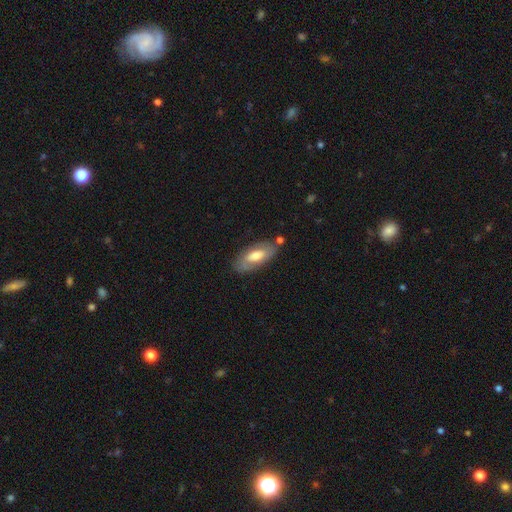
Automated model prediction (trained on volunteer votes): A smooth galaxy with no disk features (53%) that is in between round and cigar-shaped (82%).

Vote fractions:
- Smooth or featured? smooth: 53% / featured or disk: 41% / star or artifact: 6%
- How rounded? in between: 82% / cigar-shaped: 15% / round: 2%
- Merging? none: 72% / minor disturbance: 18% / merger: 5% / major disturbance: 5%